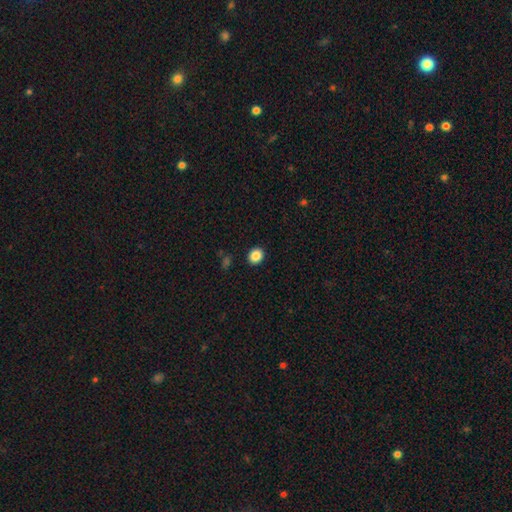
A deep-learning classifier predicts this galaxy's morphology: This appears to be a smooth galaxy with no disk features (87%) that is round (68%). Merging: none (91%).